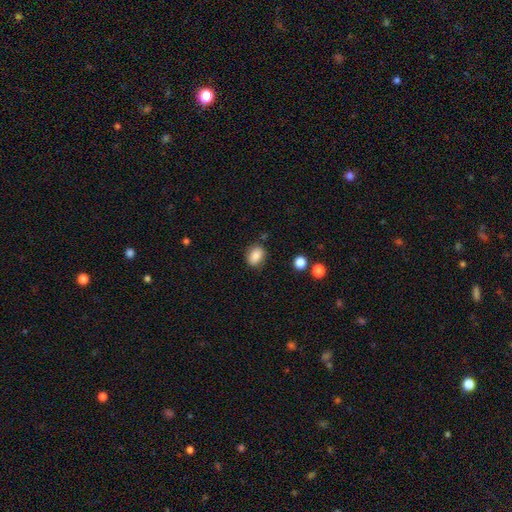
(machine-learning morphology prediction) A smooth galaxy with no disk features (86%) that is in between round and cigar-shaped (72%). Merging: none (82%).